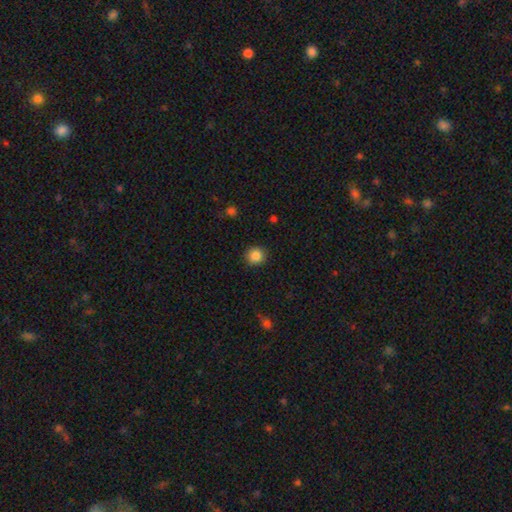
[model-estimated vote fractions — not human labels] smooth-or-featured: smooth: 86% | star or artifact: 10% | featured or disk: 4%
  how-rounded: round: 89% | in between: 10% | cigar-shaped: 1%
  merging: none: 89% | minor disturbance: 8% | major disturbance: 2% | merger: 1%